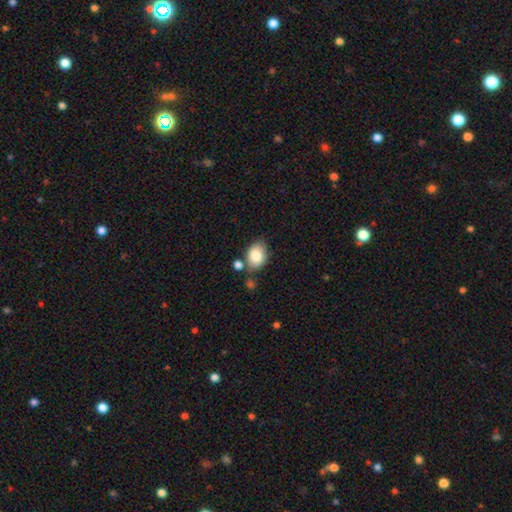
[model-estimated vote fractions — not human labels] This is clearly a smooth galaxy (84%). How rounded: likely in between (78%). Merging: likely none (62%).